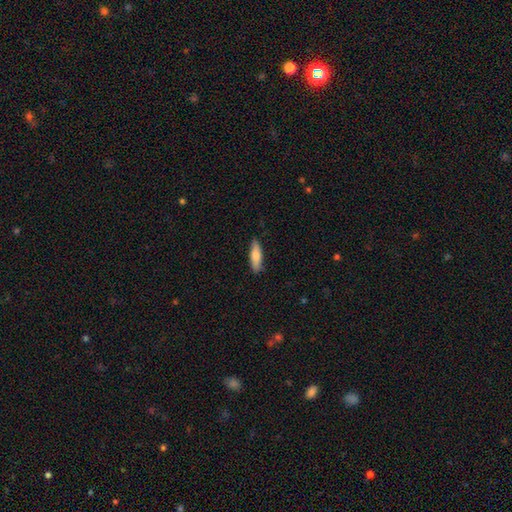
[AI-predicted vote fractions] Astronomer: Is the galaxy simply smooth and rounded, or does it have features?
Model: smooth — 75%.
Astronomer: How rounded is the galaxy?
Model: cigar-shaped — 58% (runner-up: in between, 40%).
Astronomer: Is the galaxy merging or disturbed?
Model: none — 85%.